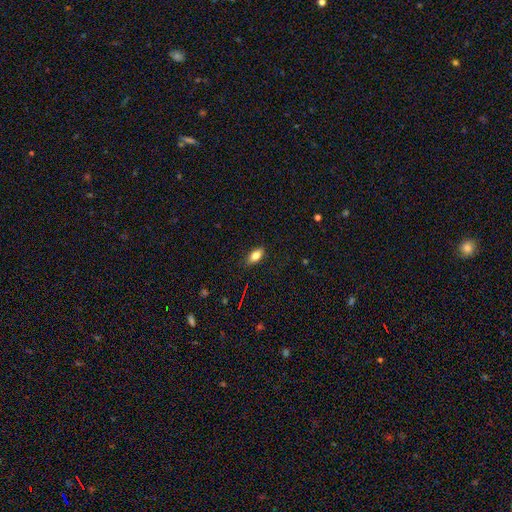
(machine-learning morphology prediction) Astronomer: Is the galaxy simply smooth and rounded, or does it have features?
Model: smooth — 79%.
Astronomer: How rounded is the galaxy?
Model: in between — 86%.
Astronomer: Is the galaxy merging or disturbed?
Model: none — 85%.